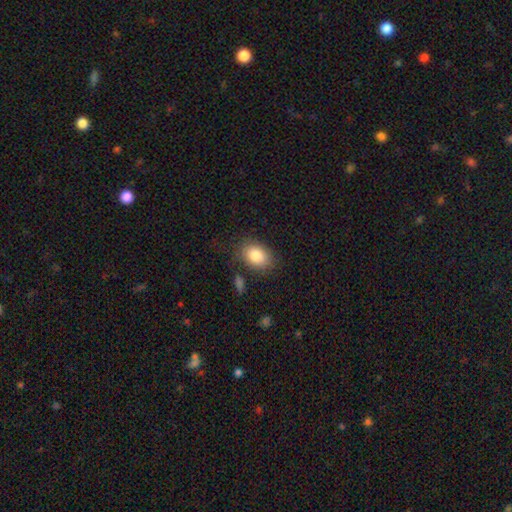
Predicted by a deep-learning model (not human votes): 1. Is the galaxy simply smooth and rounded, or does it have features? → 85% smooth, 7% star or artifact, 7% featured or disk.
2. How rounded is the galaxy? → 78% in between, 21% round, 1% cigar-shaped.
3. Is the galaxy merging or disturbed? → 77% none, 14% minor disturbance, 5% major disturbance, 4% merger.